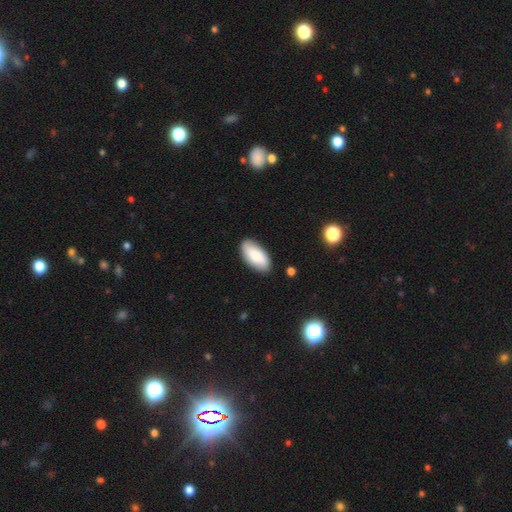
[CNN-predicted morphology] smooth-or-featured: smooth: 80% | featured or disk: 14% | star or artifact: 6%
  how-rounded: in between: 93% | cigar-shaped: 5% | round: 2%
  merging: none: 85% | minor disturbance: 11% | major disturbance: 2% | merger: 1%